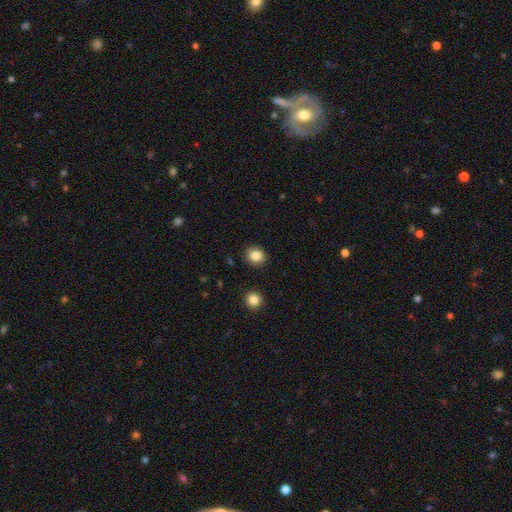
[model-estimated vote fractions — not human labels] Smooth or featured?
  - smooth: 85% *
  - star or artifact: 10%
  - featured or disk: 5%
How rounded?
  - round: 77% *
  - in between: 22%
  - cigar-shaped: 1%
Merging?
  - none: 90% *
  - minor disturbance: 7%
  - major disturbance: 2%
  - merger: 2%